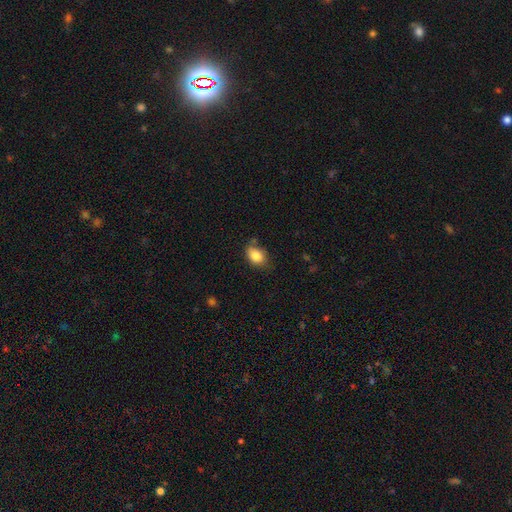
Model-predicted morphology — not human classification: type=smooth (84%); roundness=in between (72%); merging=none (63%).